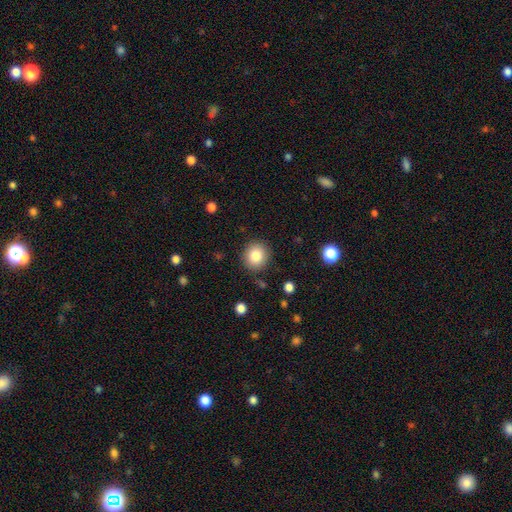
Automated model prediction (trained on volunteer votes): Smooth or featured: smooth — 83% (star or artifact — 10%)
How rounded: round — 85% (in between — 14%)
Merging: none — 88% (minor disturbance — 8%)